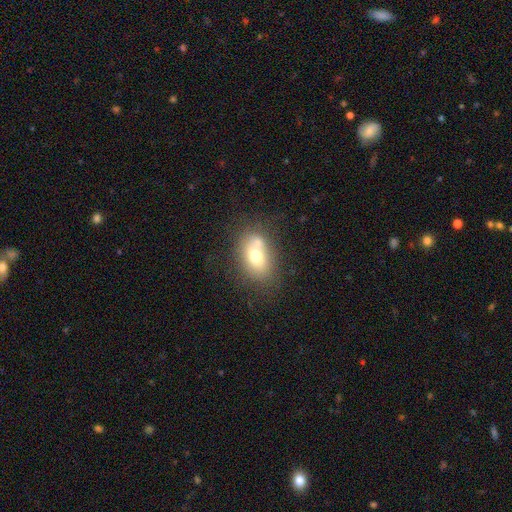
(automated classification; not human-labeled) Smooth or featured?
  - smooth: 67% *
  - featured or disk: 23%
  - star or artifact: 10%
How rounded?
  - in between: 81% *
  - round: 17%
  - cigar-shaped: 2%
Merging?
  - none: 51% *
  - merger: 25%
  - minor disturbance: 17%
  - major disturbance: 6%